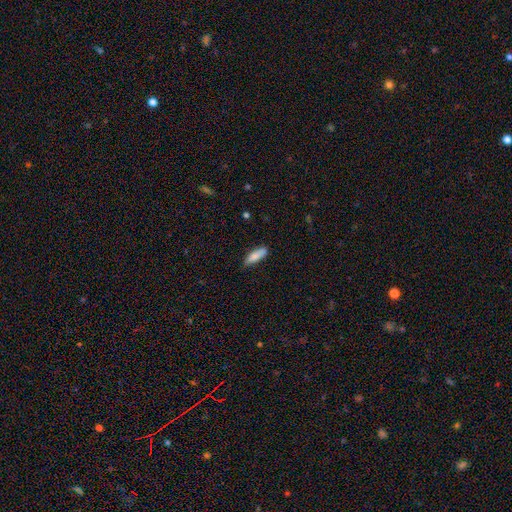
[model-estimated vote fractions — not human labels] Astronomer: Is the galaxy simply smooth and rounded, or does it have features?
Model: smooth — 84%.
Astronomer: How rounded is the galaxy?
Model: cigar-shaped — 53% (runner-up: in between, 46%).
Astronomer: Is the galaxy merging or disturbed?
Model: none — 72%.